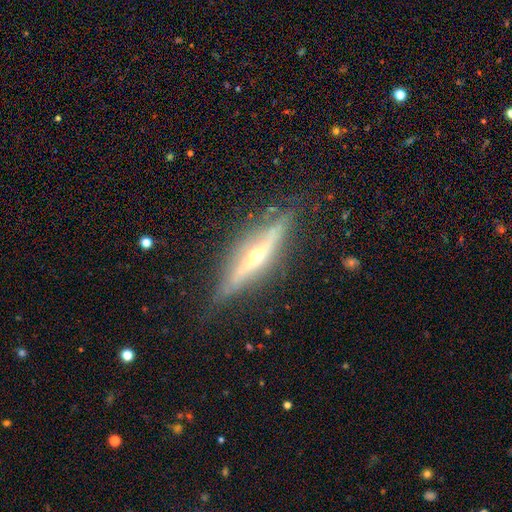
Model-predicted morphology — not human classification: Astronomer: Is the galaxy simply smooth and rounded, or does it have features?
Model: featured or disk — 81%.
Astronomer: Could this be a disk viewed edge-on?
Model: yes — 95%.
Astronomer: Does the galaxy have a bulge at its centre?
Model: rounded — 89%.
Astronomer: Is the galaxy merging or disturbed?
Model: none — 84%.